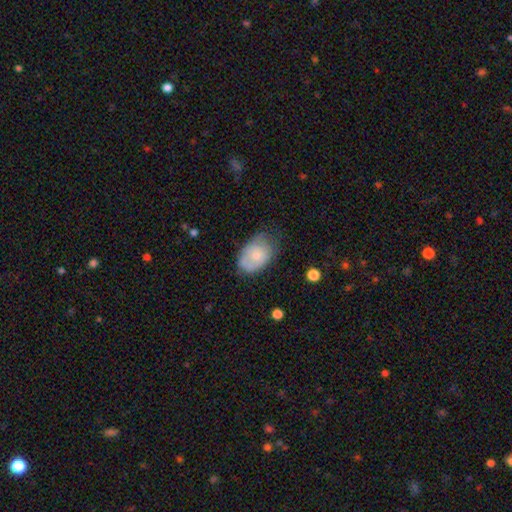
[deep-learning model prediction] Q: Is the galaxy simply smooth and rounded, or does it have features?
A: smooth — 71%.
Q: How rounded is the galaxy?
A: in between — 85%.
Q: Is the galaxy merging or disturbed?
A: none — 52%.